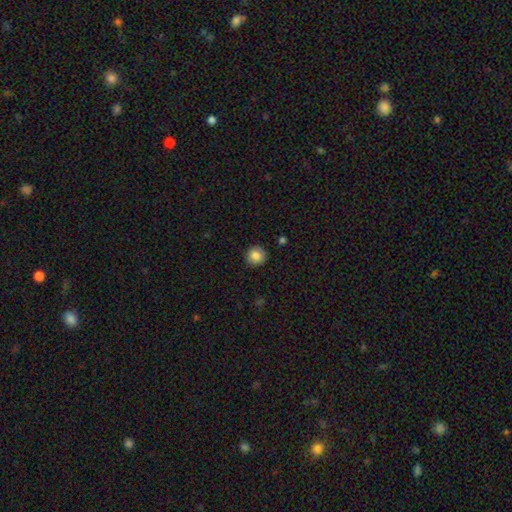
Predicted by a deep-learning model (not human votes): A smooth galaxy with no disk features (84%) that is round (95%). Merging: none (92%).